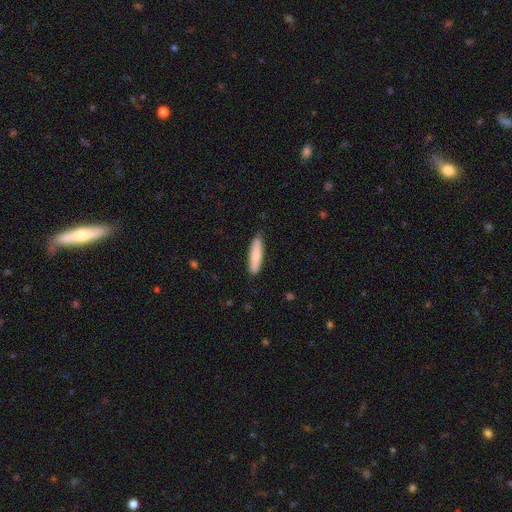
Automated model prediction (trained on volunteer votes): smooth-or-featured: smooth: 83% | featured or disk: 12% | star or artifact: 5%
  how-rounded: cigar-shaped: 76% | in between: 23% | round: 1%
  merging: none: 84% | minor disturbance: 13% | major disturbance: 2% | merger: 1%